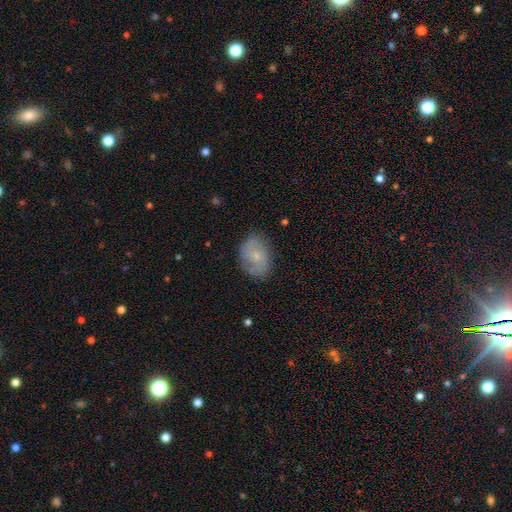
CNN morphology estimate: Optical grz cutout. It shows a smooth galaxy with no disk features (54%) that is in between round and cigar-shaped (72%). Merging: none (78%).